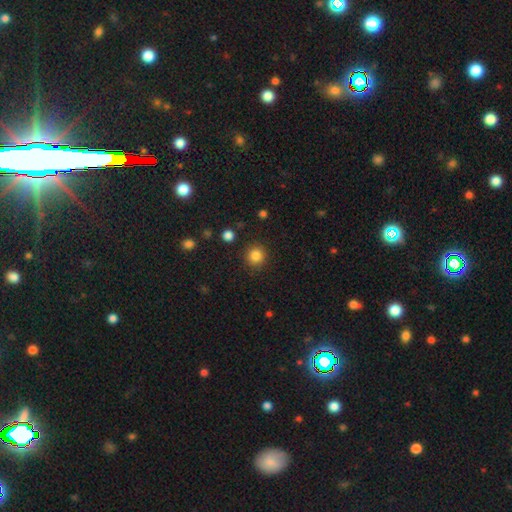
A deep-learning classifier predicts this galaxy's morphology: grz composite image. It shows a smooth galaxy with no disk features (85%) that is round (93%). Merging: none (90%).